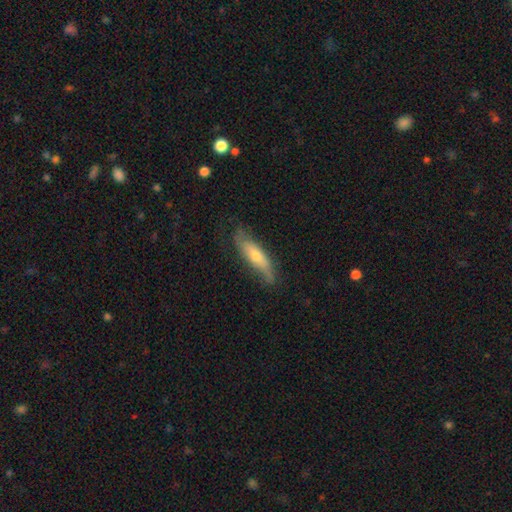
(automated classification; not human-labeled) Smooth or featured: smooth — 49% (featured or disk — 45%)
Merging: none — 67% (minor disturbance — 25%)